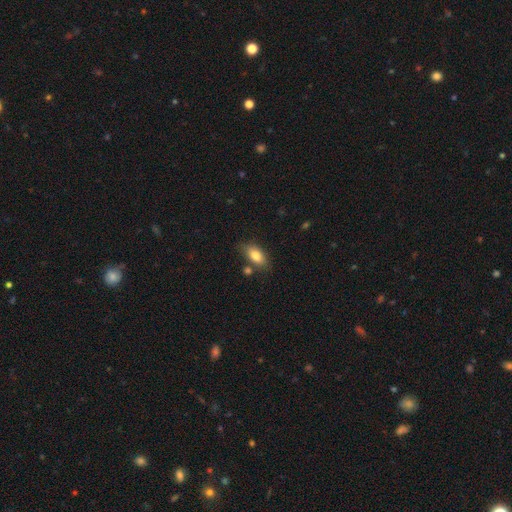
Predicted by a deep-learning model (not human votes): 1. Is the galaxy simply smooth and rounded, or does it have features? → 81% smooth, 12% featured or disk, 7% star or artifact.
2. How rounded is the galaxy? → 88% in between, 7% cigar-shaped, 5% round.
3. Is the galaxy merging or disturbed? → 72% none, 15% minor disturbance, 9% merger, 4% major disturbance.